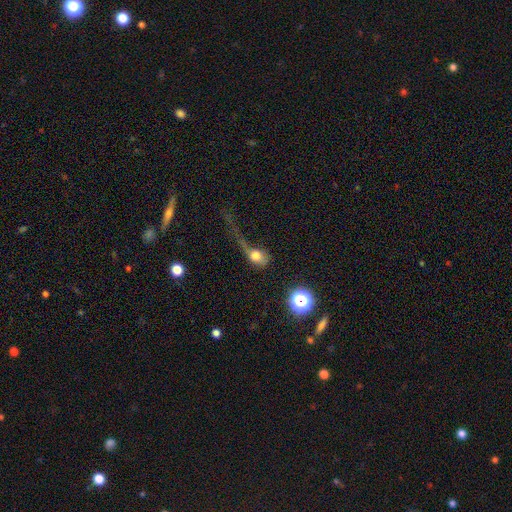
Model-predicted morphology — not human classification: Smooth or featured? Predicted: smooth (p=0.63). How rounded? Predicted: in between (p=0.49). Merging? Predicted: major disturbance (p=0.62).